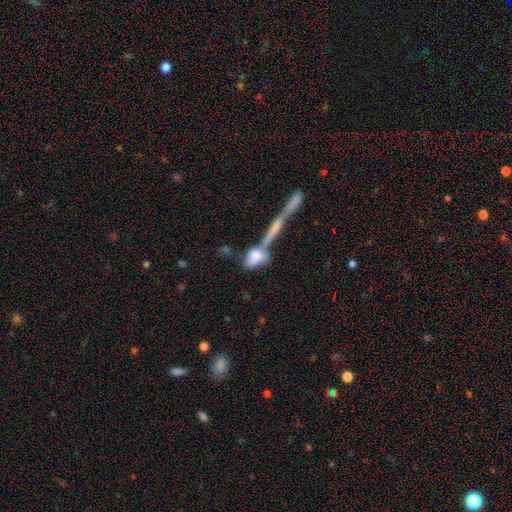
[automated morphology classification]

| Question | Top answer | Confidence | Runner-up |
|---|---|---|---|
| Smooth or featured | smooth | 65% | featured or disk (26%) |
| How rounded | in between | 63% | round (19%) |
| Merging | merger | 42% | none (33%) |